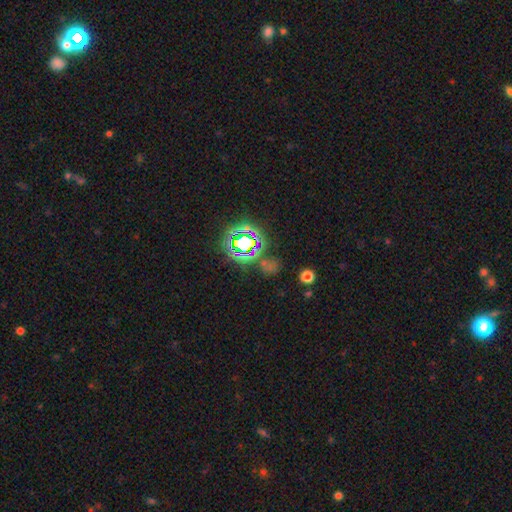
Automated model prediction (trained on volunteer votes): This appears to be a star or artifact, not a galaxy (76%).